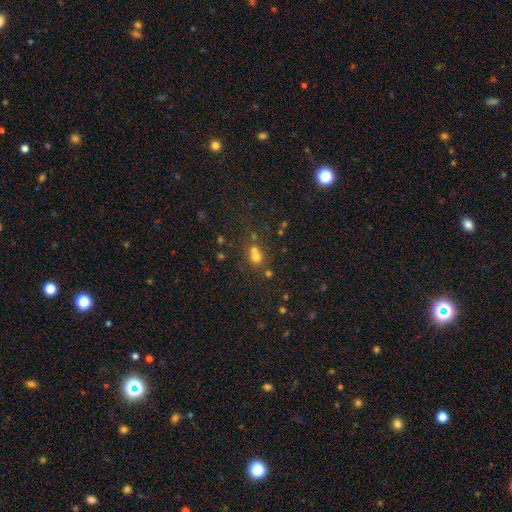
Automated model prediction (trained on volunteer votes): This appears to be a smooth galaxy with no disk features (59%) that is round (77%). Merging: none (47%).